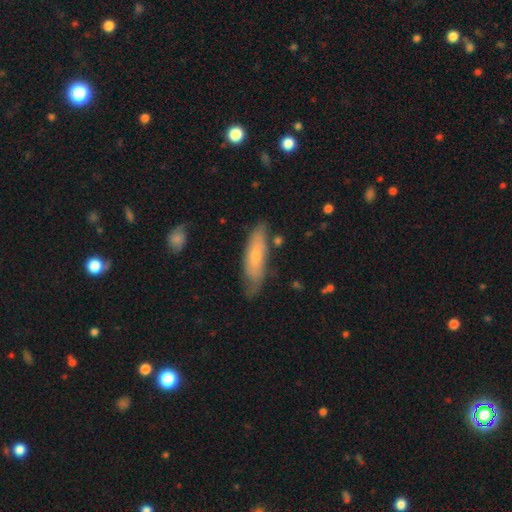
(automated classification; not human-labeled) Smooth or featured: smooth — 54% (featured or disk — 39%)
How rounded: cigar-shaped — 63% (in between — 35%)
Merging: none — 67% (minor disturbance — 24%)